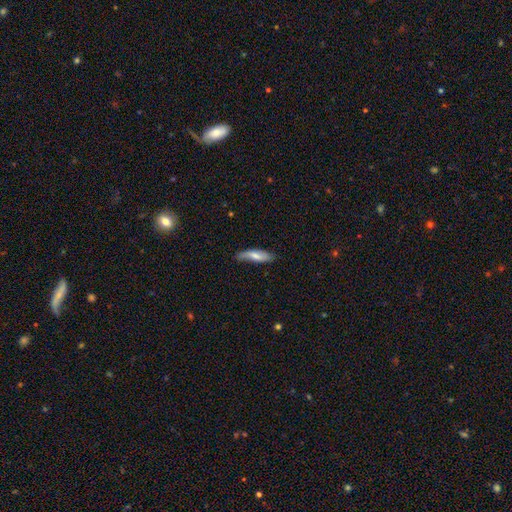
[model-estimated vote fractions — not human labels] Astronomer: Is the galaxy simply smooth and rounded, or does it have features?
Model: smooth — 63%.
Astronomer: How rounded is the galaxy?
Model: cigar-shaped — 53% (runner-up: in between, 45%).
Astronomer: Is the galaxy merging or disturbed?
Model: none — 63%.